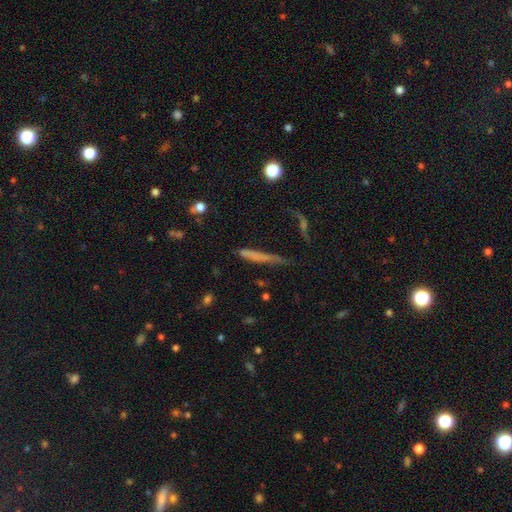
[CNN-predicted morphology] A smooth galaxy with no disk features (59%) that is cigar-shaped (91%).

Vote fractions:
- Smooth or featured? smooth: 59% / featured or disk: 28% / star or artifact: 13%
- How rounded? cigar-shaped: 91% / in between: 6% / round: 3%
- Merging? none: 54% / minor disturbance: 25% / major disturbance: 15% / merger: 6%